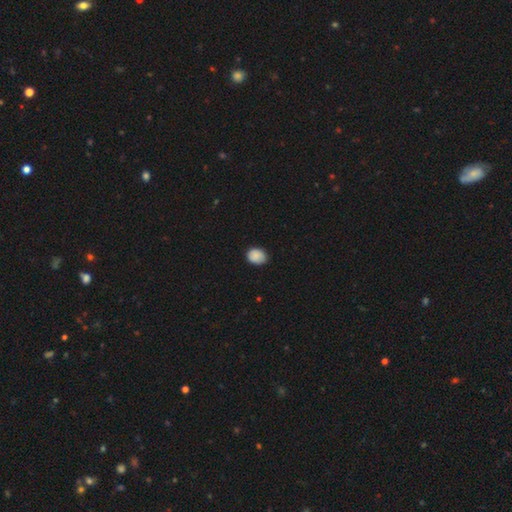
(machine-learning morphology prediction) Q: Smooth or featured?
A: smooth (88%); runner-up: star or artifact (8%)
Q: How rounded?
A: in between (52%); runner-up: round (47%)
Q: Merging?
A: none (79%); runner-up: minor disturbance (18%)